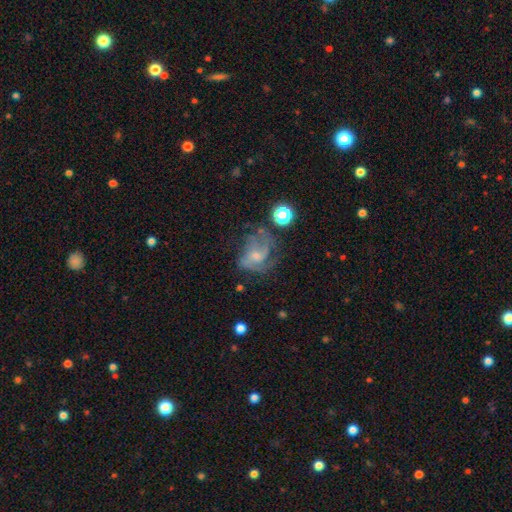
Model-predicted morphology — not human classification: type=featured or disk (71%); edge-on=no (97%); bar=no (58%); spiral arms=yes (85%); winding=medium (46%); arm count=2 (32%); bulge=small (52%); merging=none (50%).